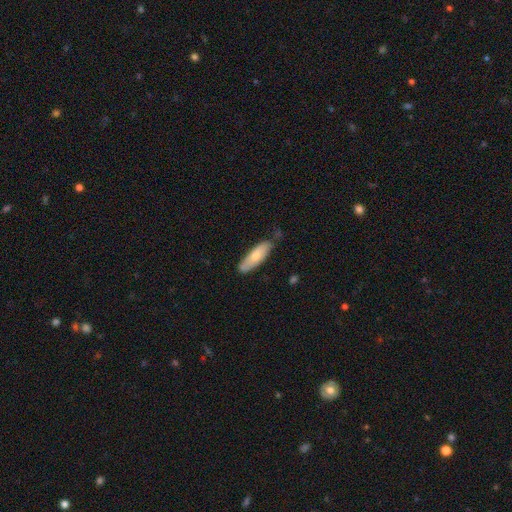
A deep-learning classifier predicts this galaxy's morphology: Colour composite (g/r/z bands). It shows a smooth galaxy with no disk features (70%) that is in between round and cigar-shaped (52%). Merging: none (73%).